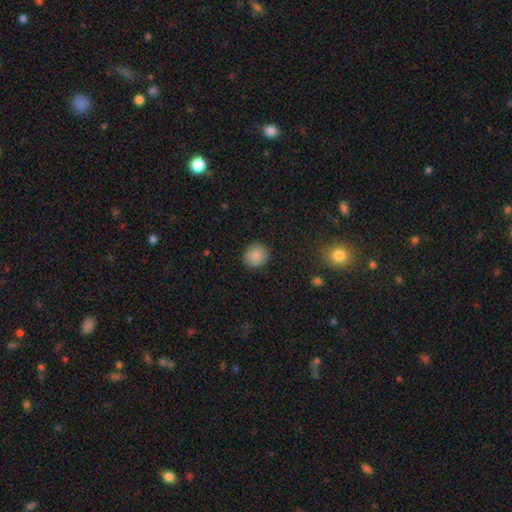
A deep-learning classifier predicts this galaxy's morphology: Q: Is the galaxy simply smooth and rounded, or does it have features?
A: smooth — 87%.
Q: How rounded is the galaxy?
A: round — 83%.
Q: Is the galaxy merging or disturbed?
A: none — 88%.